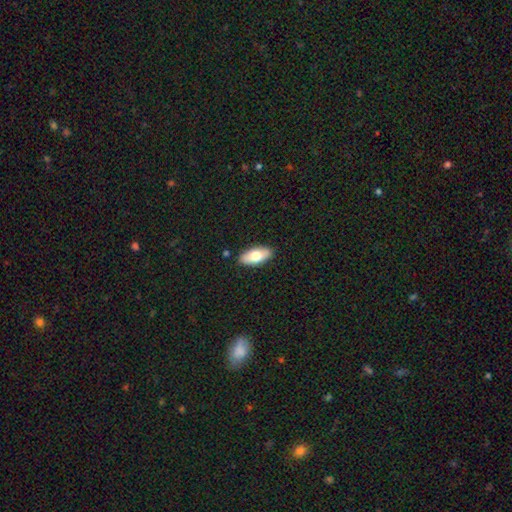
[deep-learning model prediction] A smooth galaxy with no disk features (70%) that is in between round and cigar-shaped (89%).

Vote fractions:
- Smooth or featured? smooth: 70% / featured or disk: 24% / star or artifact: 6%
- How rounded? in between: 89% / cigar-shaped: 8% / round: 3%
- Merging? none: 88% / minor disturbance: 9% / major disturbance: 2% / merger: 1%